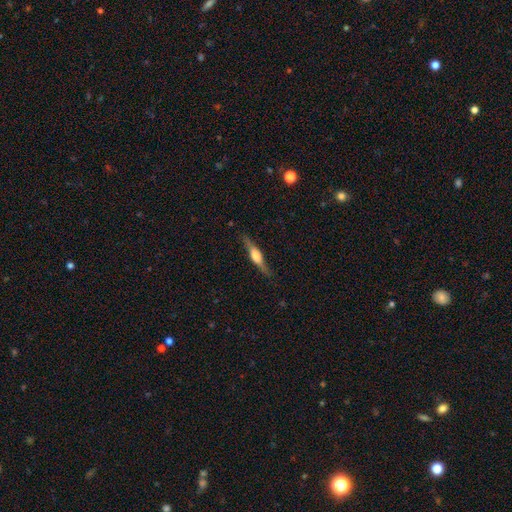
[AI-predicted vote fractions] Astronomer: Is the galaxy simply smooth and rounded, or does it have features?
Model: featured or disk — 67%.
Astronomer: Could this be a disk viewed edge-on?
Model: yes — 94%.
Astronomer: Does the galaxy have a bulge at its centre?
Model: rounded — 82%.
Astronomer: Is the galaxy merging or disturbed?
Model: none — 82%.